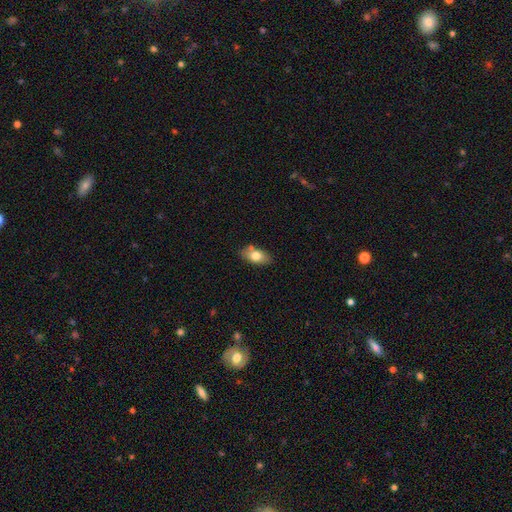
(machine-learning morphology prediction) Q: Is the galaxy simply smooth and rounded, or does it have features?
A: smooth — 75%.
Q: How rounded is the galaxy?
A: in between — 90%.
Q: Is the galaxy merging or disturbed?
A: none — 76%.